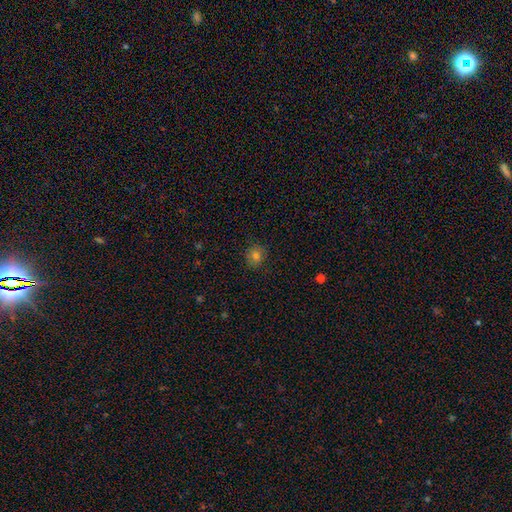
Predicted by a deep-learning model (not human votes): smooth 76%, star or artifact 16%, featured or disk 7%. Down the decision tree: how rounded — round (81%); merging — none (87%).